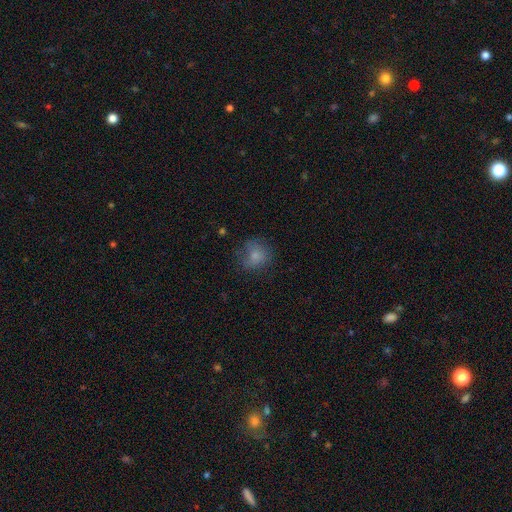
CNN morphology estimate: smooth_or_featured: smooth (p=0.79) [alt: featured or disk p=0.11]
how_rounded: round (p=0.77) [alt: in between p=0.22]
merging: none (p=0.63) [alt: minor disturbance p=0.24]